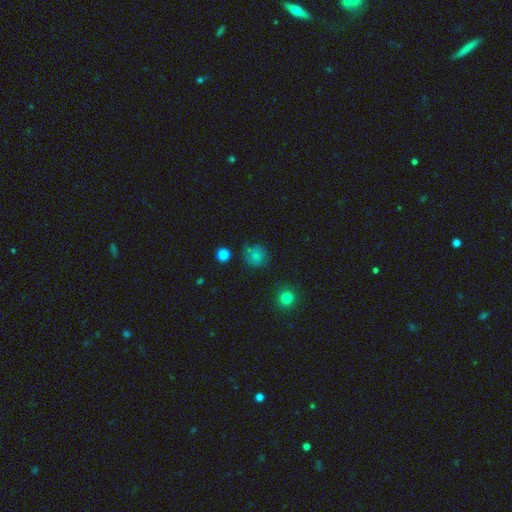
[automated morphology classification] Overall: smooth (79%). How rounded: round (87%). Merging: none (70%).